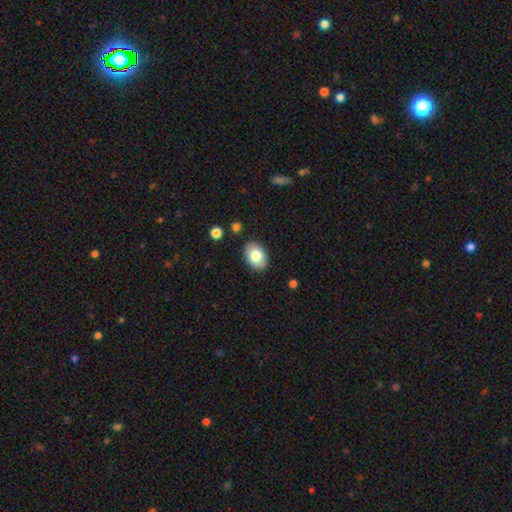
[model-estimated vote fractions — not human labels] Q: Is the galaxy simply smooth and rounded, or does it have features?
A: smooth — 80%.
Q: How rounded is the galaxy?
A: in between — 83%.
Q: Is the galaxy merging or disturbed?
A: none — 87%.